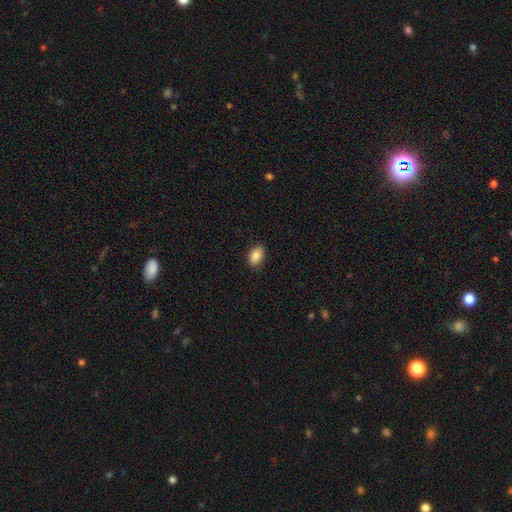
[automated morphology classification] Overall: smooth (86%). How rounded: in between (86%). Merging: none (89%).